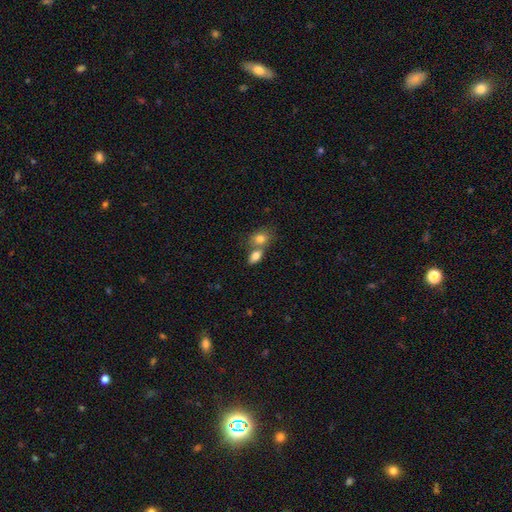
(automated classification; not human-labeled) A smooth galaxy with no disk features (81%) that is in between round and cigar-shaped (82%). Merging: merger (52%).